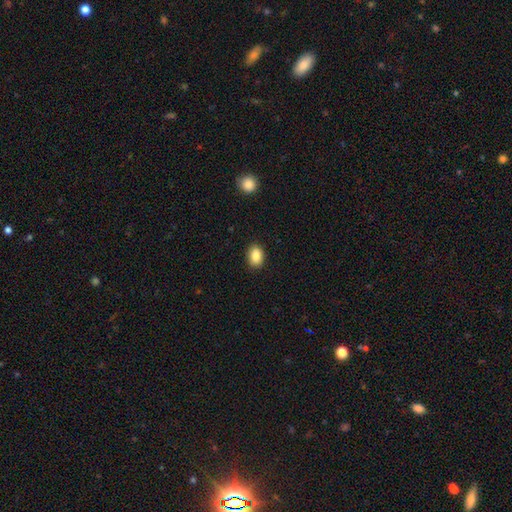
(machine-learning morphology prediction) This is clearly a smooth galaxy (87%). How rounded: likely in between (77%). Merging: clearly none (90%).